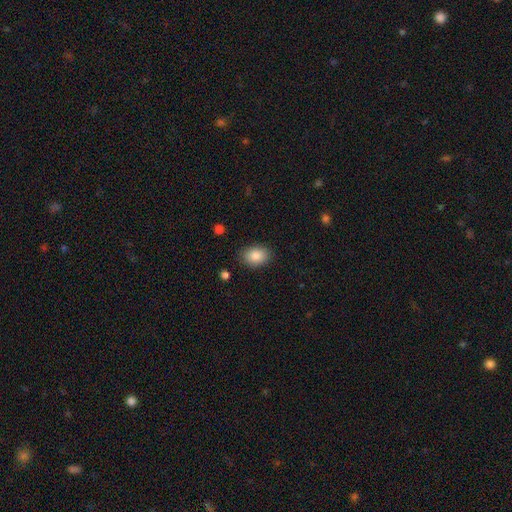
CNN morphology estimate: A smooth galaxy with no disk features (85%) that is in between round and cigar-shaped (77%).

Vote fractions:
- Smooth or featured? smooth: 85% / star or artifact: 8% / featured or disk: 7%
- How rounded? in between: 77% / round: 22% / cigar-shaped: 1%
- Merging? none: 86% / minor disturbance: 10% / major disturbance: 3% / merger: 1%